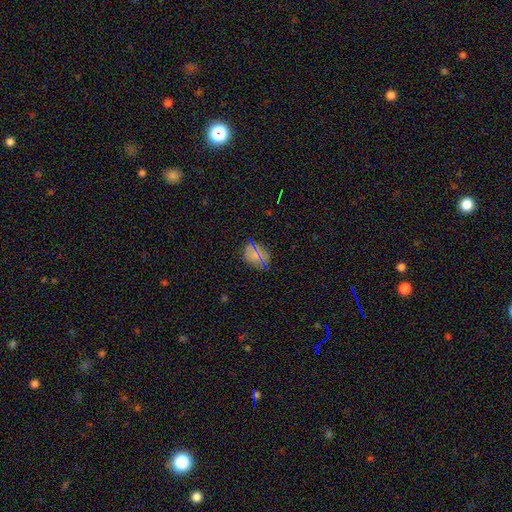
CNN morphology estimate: Smooth or featured? Predicted: smooth (p=0.68). How rounded? Predicted: round (p=0.54). Merging? Predicted: none (p=0.82).